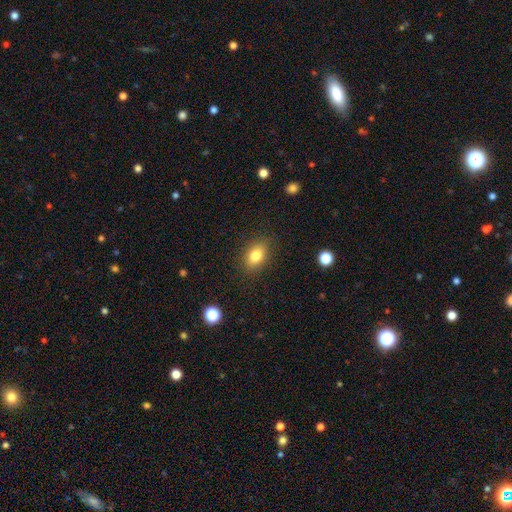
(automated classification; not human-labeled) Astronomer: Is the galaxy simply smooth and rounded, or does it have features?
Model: smooth — 80%.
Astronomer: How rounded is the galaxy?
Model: in between — 76%.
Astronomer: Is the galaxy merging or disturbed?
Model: none — 86%.